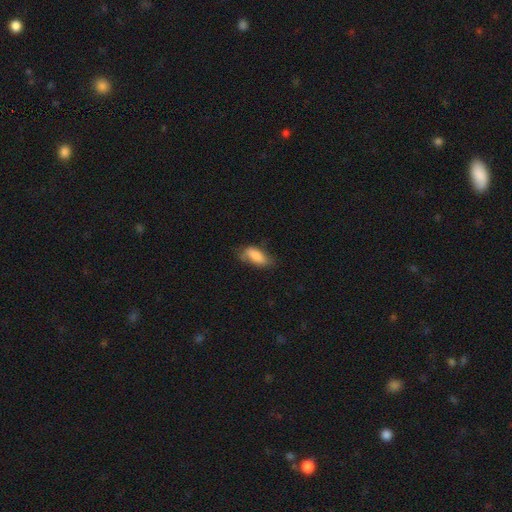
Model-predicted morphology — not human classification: This appears to be a smooth galaxy with no disk features (82%) that is in between round and cigar-shaped (84%). Merging: none (54%).